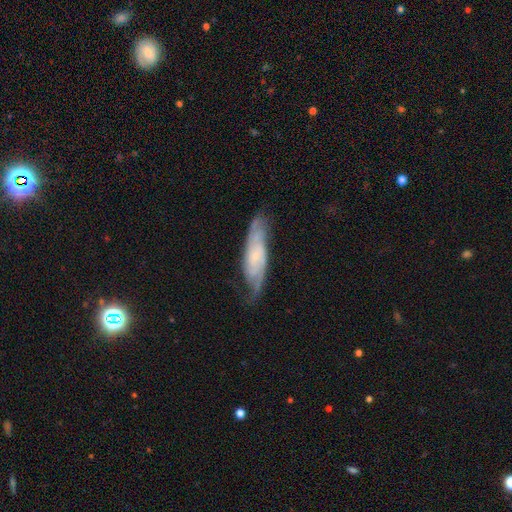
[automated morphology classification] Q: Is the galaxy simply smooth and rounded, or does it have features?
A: featured or disk — 75%.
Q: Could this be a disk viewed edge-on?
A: no — 80%.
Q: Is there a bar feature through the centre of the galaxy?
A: no — 57%.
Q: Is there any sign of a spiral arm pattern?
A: yes — 94%.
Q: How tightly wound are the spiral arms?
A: tight — 43%.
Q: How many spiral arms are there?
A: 2 — 55%.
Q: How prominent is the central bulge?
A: small — 64%.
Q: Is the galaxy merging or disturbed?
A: none — 68%.